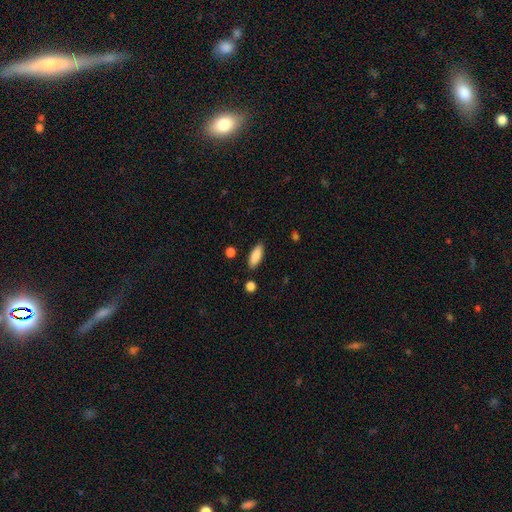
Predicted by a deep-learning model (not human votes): Smooth or featured? Predicted: smooth (p=0.86). How rounded? Predicted: in between (p=0.73). Merging? Predicted: none (p=0.86).